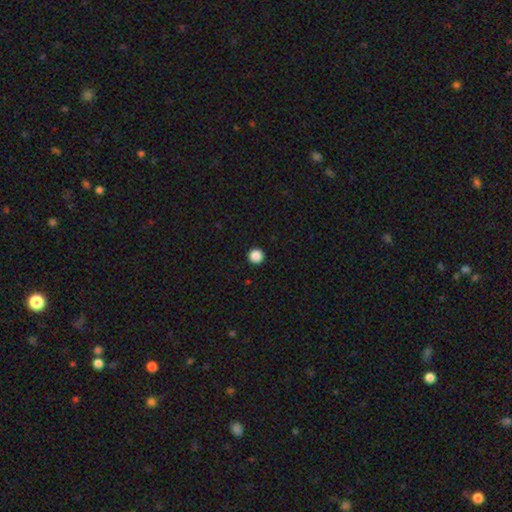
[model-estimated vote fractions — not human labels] smooth 88%, star or artifact 10%, featured or disk 2%. Down the decision tree: how rounded — round (97%); merging — none (94%).